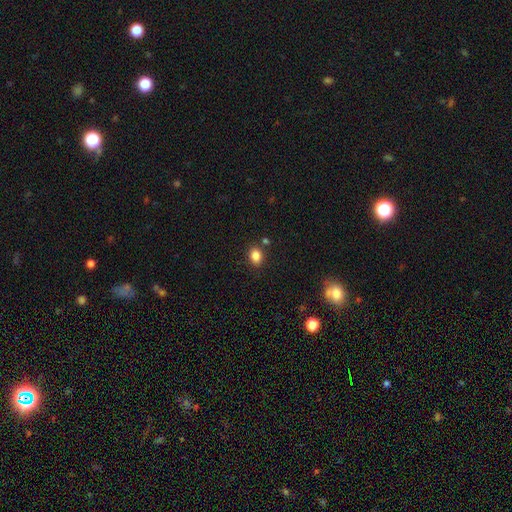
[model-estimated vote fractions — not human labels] Morphology: type=smooth (85%); roundness=in between (60%); merging=none (81%).